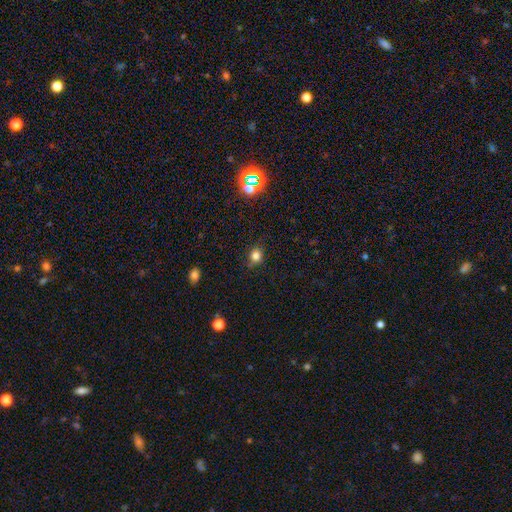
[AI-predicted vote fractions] The model was most divided on "how rounded": round: 76%, in between: 23%, cigar-shaped: 1%. More confident: merging — none (81%); smooth or featured — smooth (79%).